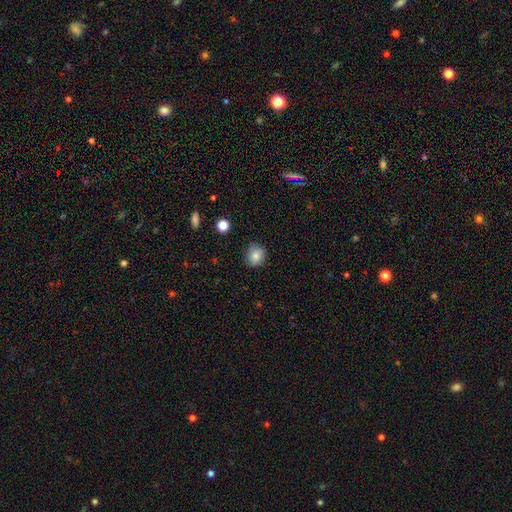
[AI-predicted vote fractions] A smooth galaxy with no disk features (81%) that is round (80%). Merging: none (79%).